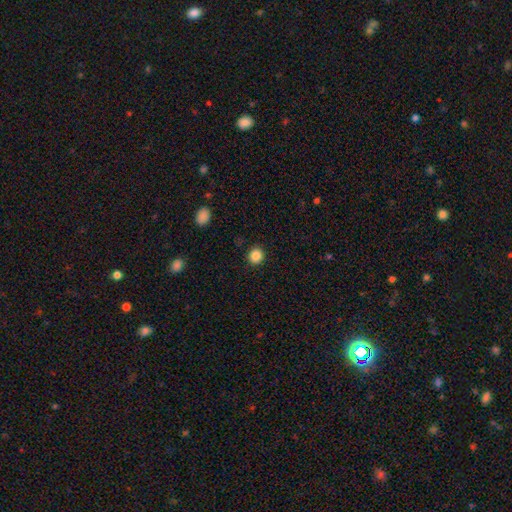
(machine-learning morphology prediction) This is clearly a smooth galaxy (86%). How rounded: clearly round (88%). Merging: clearly none (91%).